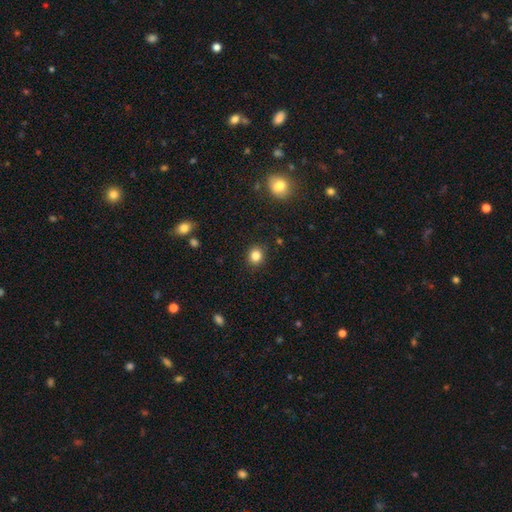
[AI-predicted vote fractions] smooth 84%, star or artifact 11%, featured or disk 5%. Down the decision tree: how rounded — round (80%); merging — none (90%).